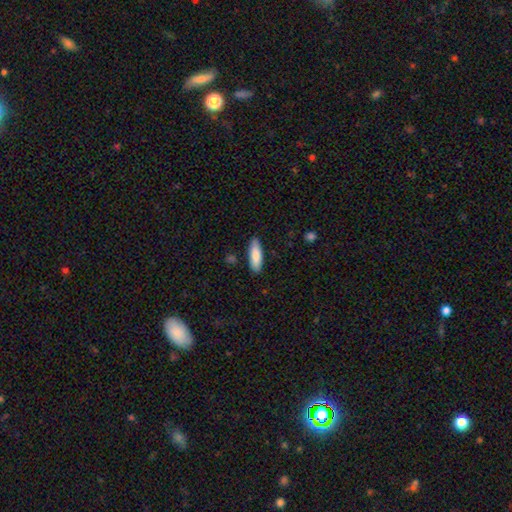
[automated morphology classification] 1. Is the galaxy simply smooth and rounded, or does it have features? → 85% smooth, 9% featured or disk, 5% star or artifact.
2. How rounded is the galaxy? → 52% in between, 46% cigar-shaped, 2% round.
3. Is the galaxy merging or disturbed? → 86% none, 11% minor disturbance, 2% major disturbance, 2% merger.